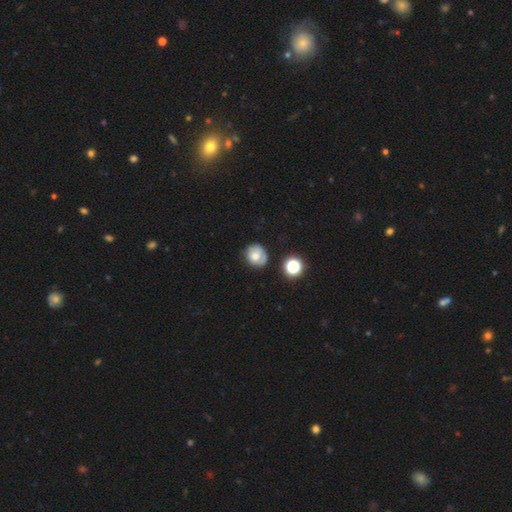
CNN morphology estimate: The model was most divided on "smooth or featured": smooth: 68%, featured or disk: 21%, star or artifact: 11%. More confident: how rounded — round (80%); merging — none (70%).